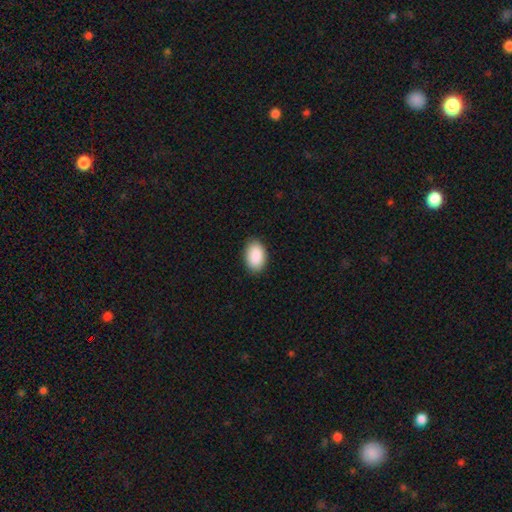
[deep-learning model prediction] This is clearly a smooth galaxy (90%). How rounded: clearly in between (92%). Merging: clearly none (87%).